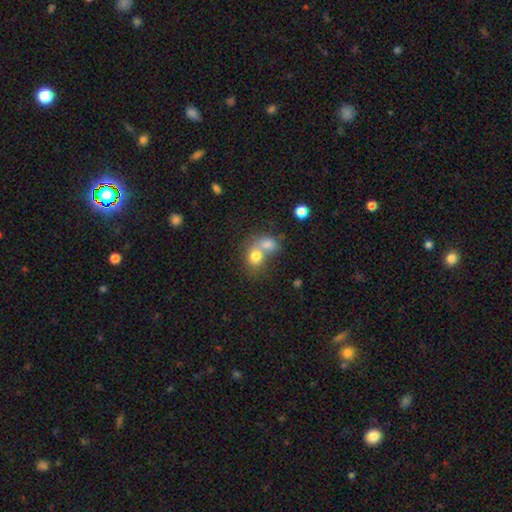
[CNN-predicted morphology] type=smooth (76%); roundness=round (56%); merging=merger (62%).